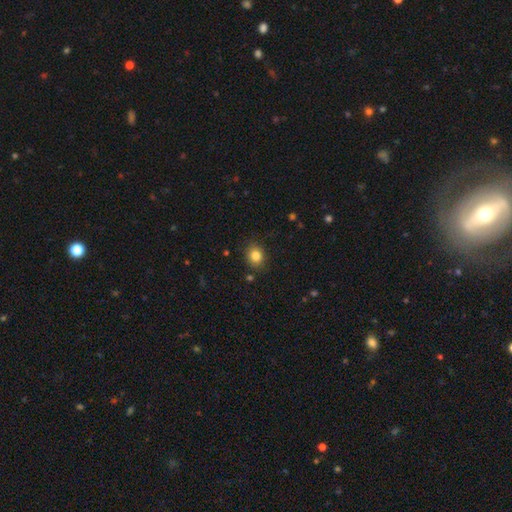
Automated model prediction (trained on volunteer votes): smooth 83%, star or artifact 10%, featured or disk 6%. Down the decision tree: how rounded — round (61%); merging — none (86%).